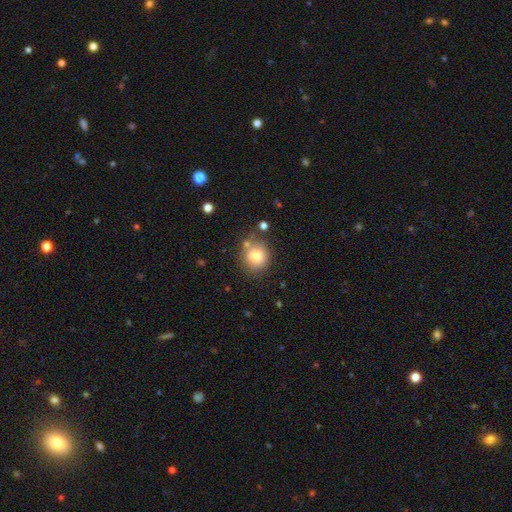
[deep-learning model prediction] Smooth or featured? Predicted: smooth (p=0.80). How rounded? Predicted: round (p=0.78). Merging? Predicted: none (p=0.72).